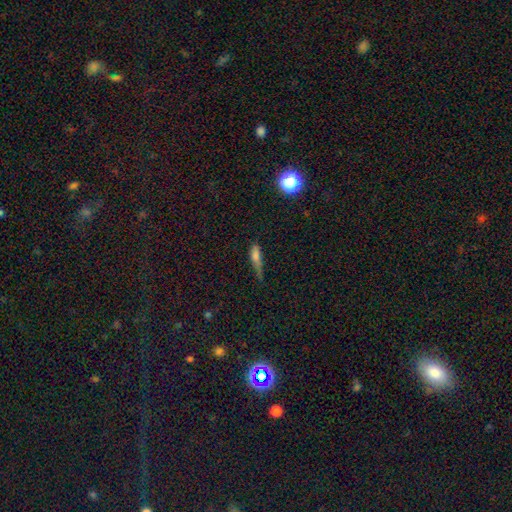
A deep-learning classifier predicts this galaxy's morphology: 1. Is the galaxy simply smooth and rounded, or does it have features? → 68% smooth, 18% featured or disk, 14% star or artifact.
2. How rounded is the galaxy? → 60% cigar-shaped, 35% in between, 4% round.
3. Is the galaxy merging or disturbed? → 39% minor disturbance, 36% none, 21% major disturbance, 4% merger.